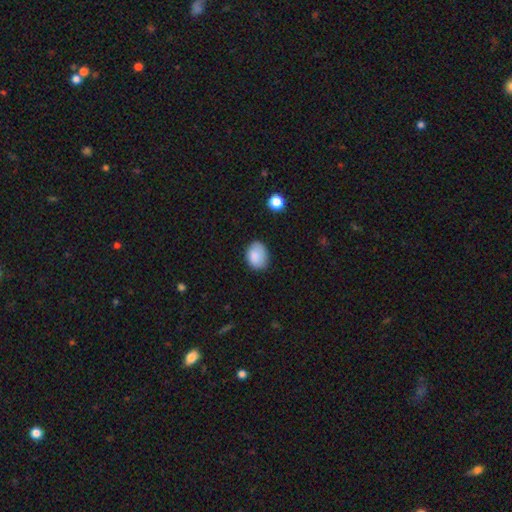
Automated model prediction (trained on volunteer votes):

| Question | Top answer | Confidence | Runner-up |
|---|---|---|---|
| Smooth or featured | smooth | 86% | star or artifact (8%) |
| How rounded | in between | 68% | round (31%) |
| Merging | none | 73% | minor disturbance (22%) |